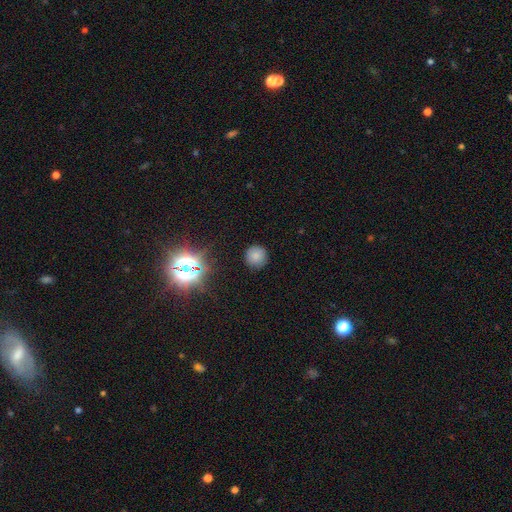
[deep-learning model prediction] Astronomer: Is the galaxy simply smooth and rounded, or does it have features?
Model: smooth — 76%.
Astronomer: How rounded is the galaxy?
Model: round — 94%.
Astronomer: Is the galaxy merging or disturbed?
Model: none — 88%.